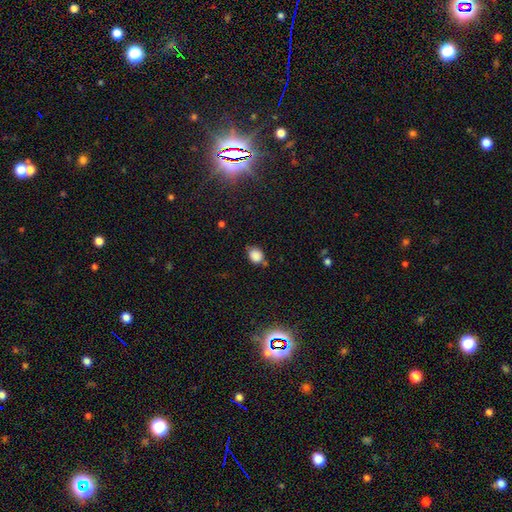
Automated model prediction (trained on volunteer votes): Smooth or featured? Predicted: smooth (p=0.84). How rounded? Predicted: round (p=0.58). Merging? Predicted: none (p=0.64).